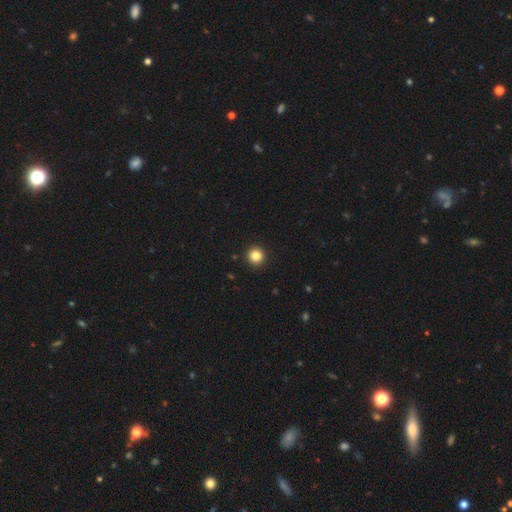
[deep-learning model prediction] smooth-or-featured: smooth: 85% | star or artifact: 11% | featured or disk: 4%
  how-rounded: round: 96% | in between: 3% | cigar-shaped: 1%
  merging: none: 94% | minor disturbance: 4% | major disturbance: 1% | merger: 1%